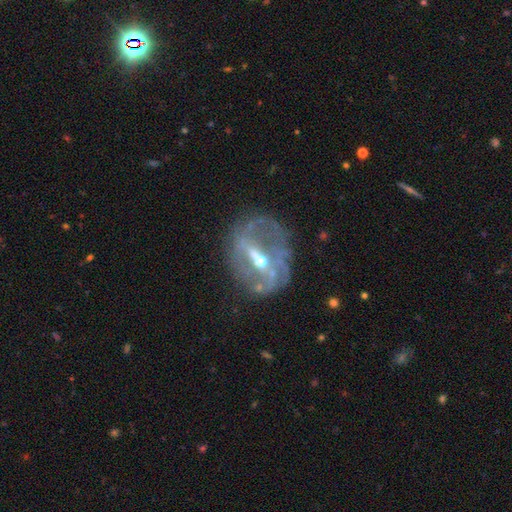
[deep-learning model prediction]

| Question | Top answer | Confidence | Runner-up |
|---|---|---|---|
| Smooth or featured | featured or disk | 79% | smooth (11%) |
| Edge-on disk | no | 93% | yes (7%) |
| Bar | strong | 43% | weak (36%) |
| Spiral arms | yes | 63% | no (37%) |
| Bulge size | small | 48% | moderate (47%) |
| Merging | none | 56% | minor disturbance (20%) |